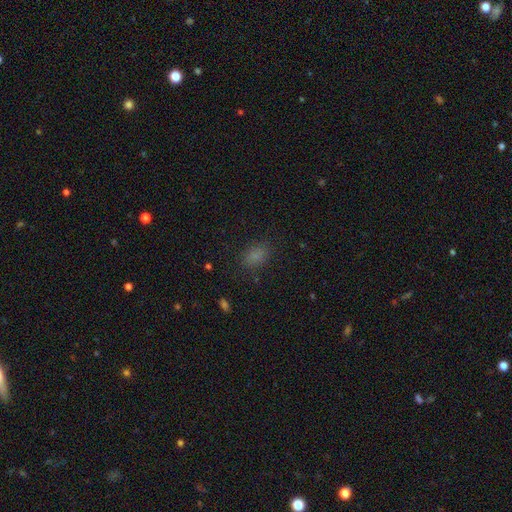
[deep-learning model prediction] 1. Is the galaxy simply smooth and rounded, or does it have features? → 80% smooth, 15% star or artifact, 5% featured or disk.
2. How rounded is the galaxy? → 85% in between, 13% round, 2% cigar-shaped.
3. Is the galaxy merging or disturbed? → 82% none, 12% minor disturbance, 4% major disturbance, 1% merger.